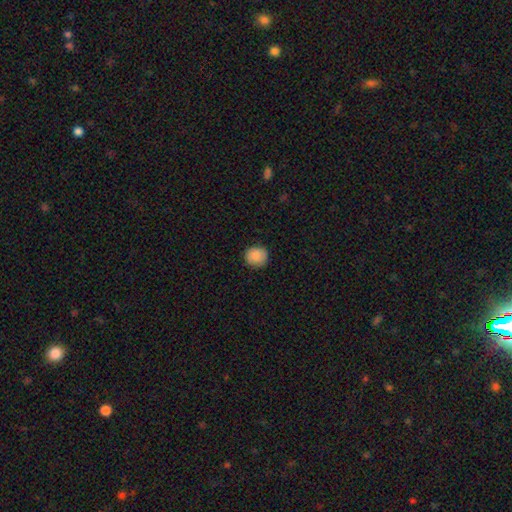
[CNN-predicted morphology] smooth 89%, star or artifact 8%, featured or disk 3%. Down the decision tree: how rounded — round (88%); merging — none (88%).